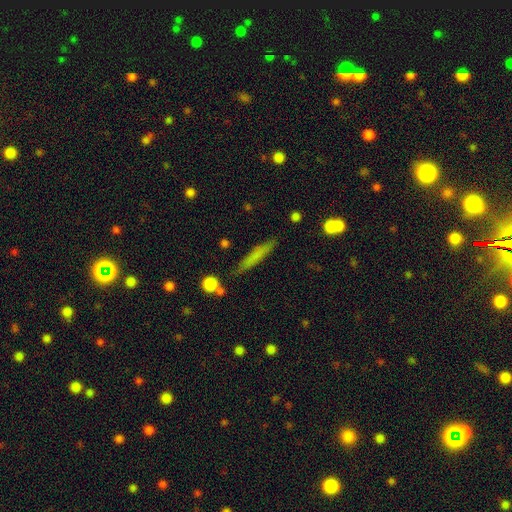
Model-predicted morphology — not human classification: type=smooth (67%); roundness=cigar-shaped (90%); merging=none (82%).